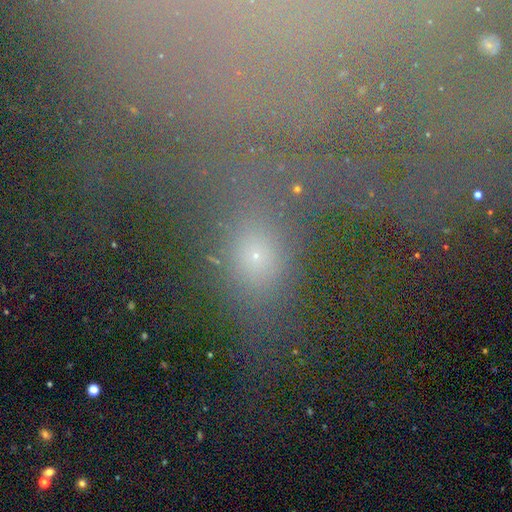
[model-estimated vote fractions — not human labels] smooth_or_featured: star or artifact (p=0.46) [alt: smooth p=0.39]